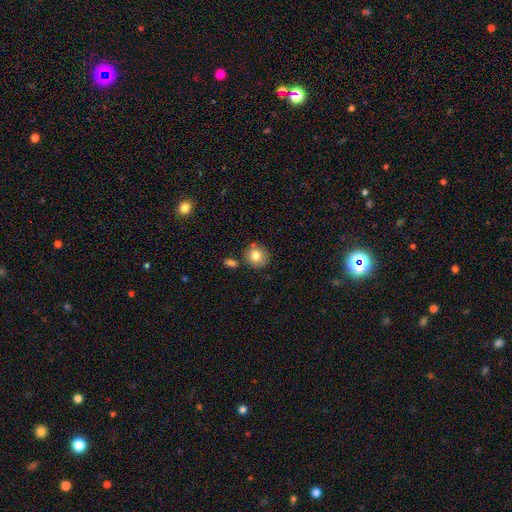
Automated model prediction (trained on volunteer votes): smooth_or_featured: smooth (p=0.79) [alt: featured or disk p=0.11]
how_rounded: round (p=0.88) [alt: in between p=0.11]
merging: none (p=0.79) [alt: minor disturbance p=0.11]